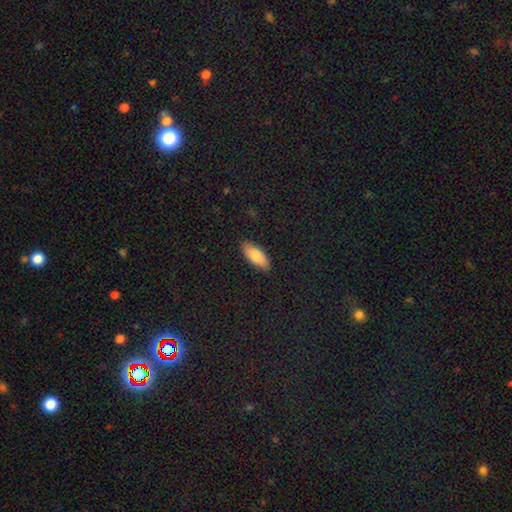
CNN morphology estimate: type=smooth (84%); roundness=in between (78%); merging=none (88%).